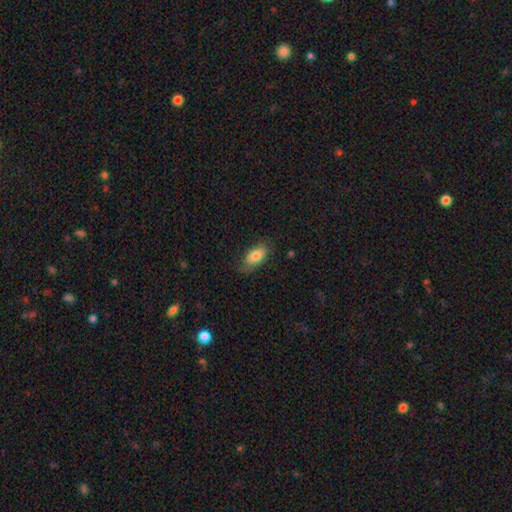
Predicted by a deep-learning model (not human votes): Q: Smooth or featured?
A: smooth (79%); runner-up: featured or disk (14%)
Q: How rounded?
A: in between (90%); runner-up: cigar-shaped (5%)
Q: Merging?
A: none (72%); runner-up: minor disturbance (21%)